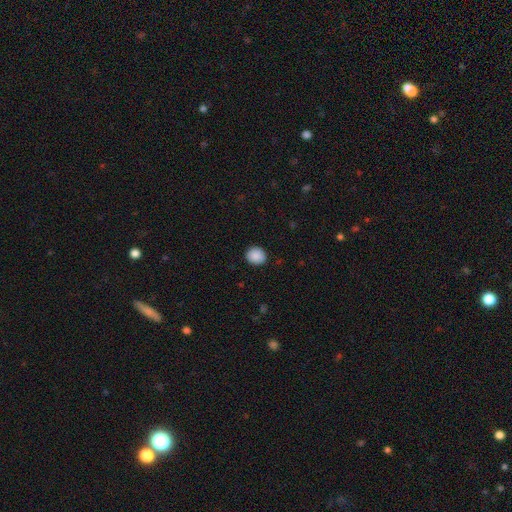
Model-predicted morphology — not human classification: Q: Smooth or featured?
A: smooth (89%); runner-up: star or artifact (8%)
Q: How rounded?
A: round (76%); runner-up: in between (23%)
Q: Merging?
A: none (90%); runner-up: minor disturbance (7%)